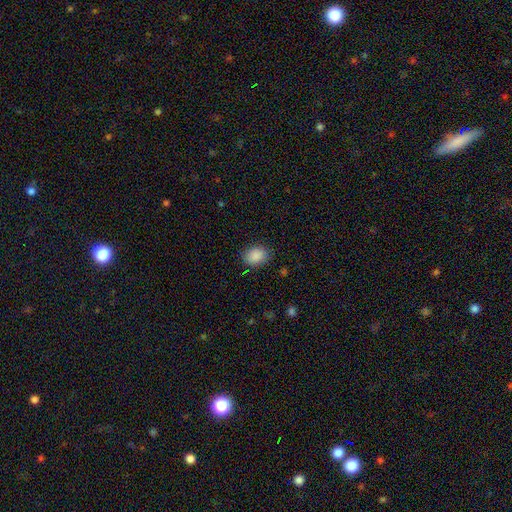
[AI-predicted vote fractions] Overall: smooth (89%). How rounded: in between (70%). Merging: none (85%).